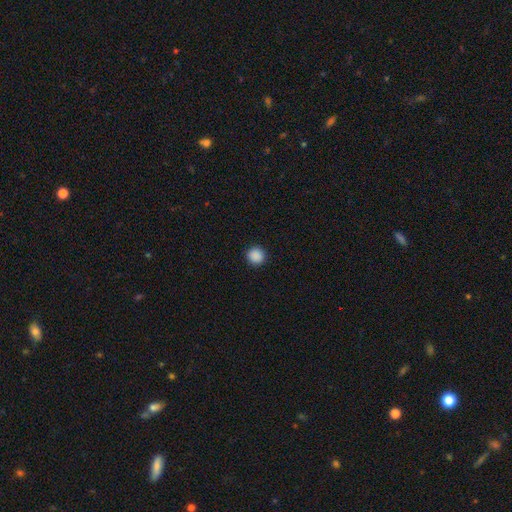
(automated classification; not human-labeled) Smooth or featured? Predicted: smooth (p=0.89). How rounded? Predicted: round (p=0.94). Merging? Predicted: none (p=0.93).